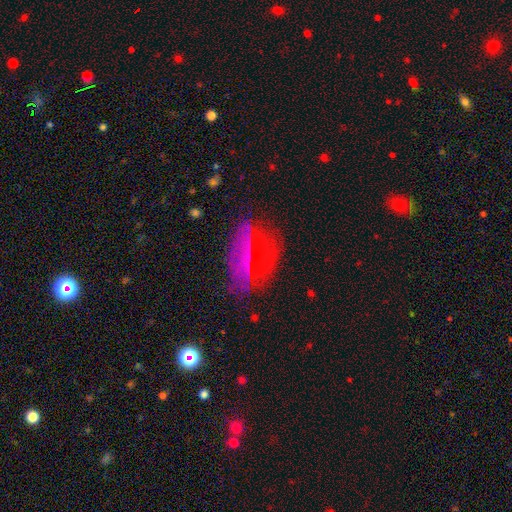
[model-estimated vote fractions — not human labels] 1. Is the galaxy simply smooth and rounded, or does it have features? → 39% featured or disk, 37% smooth, 24% star or artifact.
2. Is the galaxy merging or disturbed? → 70% none, 19% minor disturbance, 7% major disturbance, 3% merger.